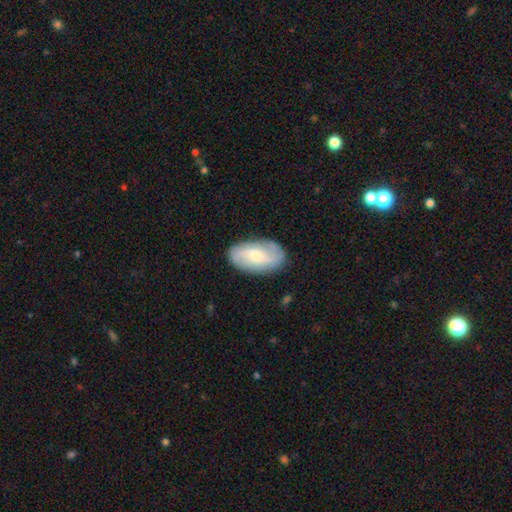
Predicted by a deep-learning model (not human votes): Smooth or featured? Predicted: featured or disk (p=0.60). Edge-on disk? Predicted: no (p=0.95). Bar? Predicted: weak (p=0.46). Spiral arms? Predicted: yes (p=0.89). Bulge size? Predicted: moderate (p=0.46). Merging? Predicted: none (p=0.83).